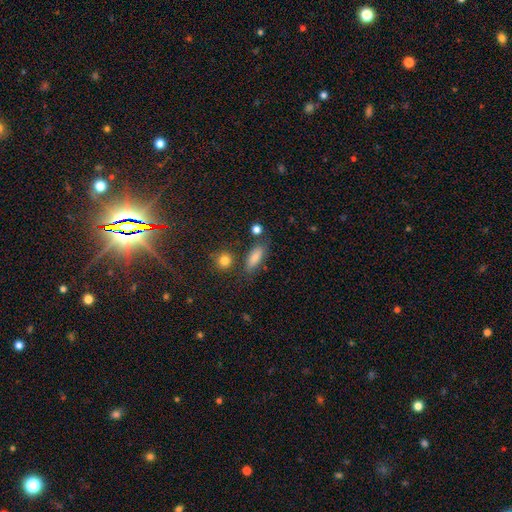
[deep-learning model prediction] This is likely a smooth galaxy (76%). How rounded: likely in between (62%). Merging: likely none (71%).